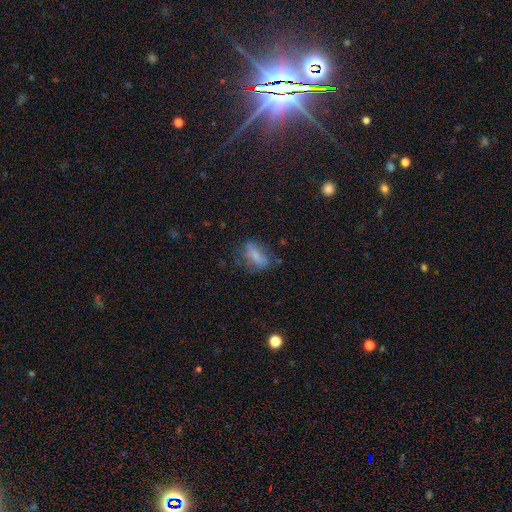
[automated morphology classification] Smooth or featured: smooth — 65% (featured or disk — 24%)
How rounded: in between — 73% (cigar-shaped — 19%)
Merging: none — 56% (minor disturbance — 26%)